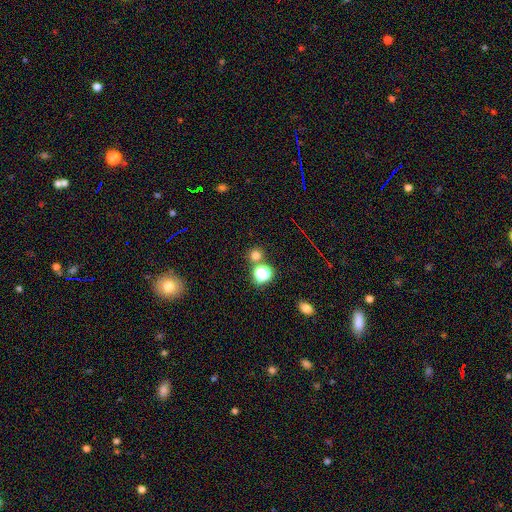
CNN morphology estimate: Smooth or featured? smooth (69%)
How rounded? round (90%)
Merging? none (73%)